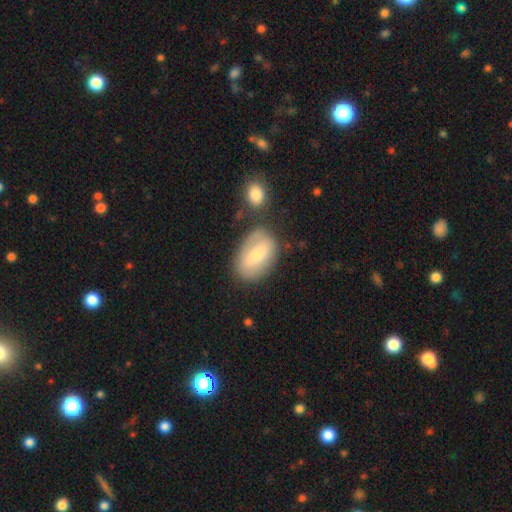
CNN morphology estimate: This is possibly a smooth galaxy (51%). How rounded: clearly in between (85%). Merging: likely none (68%).